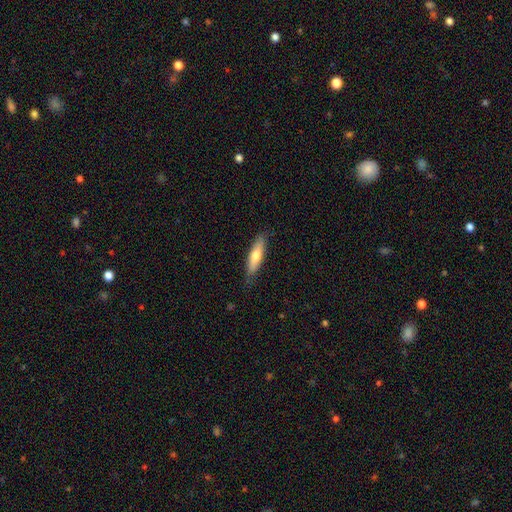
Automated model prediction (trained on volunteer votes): Smooth or featured? smooth (65%)
How rounded? cigar-shaped (67%)
Merging? none (82%)